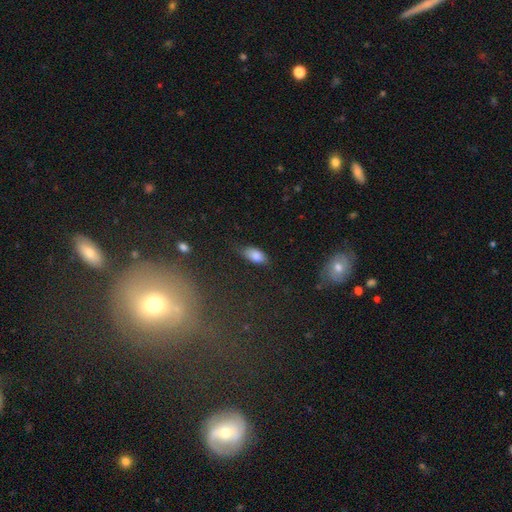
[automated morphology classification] A smooth galaxy with no disk features (82%) that is in between round and cigar-shaped (90%).

Vote fractions:
- Smooth or featured? smooth: 82% / featured or disk: 10% / star or artifact: 8%
- How rounded? in between: 90% / cigar-shaped: 7% / round: 3%
- Merging? none: 69% / minor disturbance: 24% / major disturbance: 5% / merger: 2%